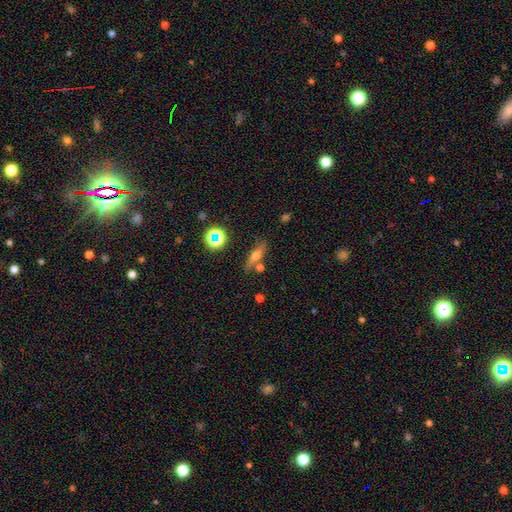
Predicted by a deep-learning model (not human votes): Smooth or featured? Predicted: smooth (p=0.45). Merging? Predicted: none (p=0.70).